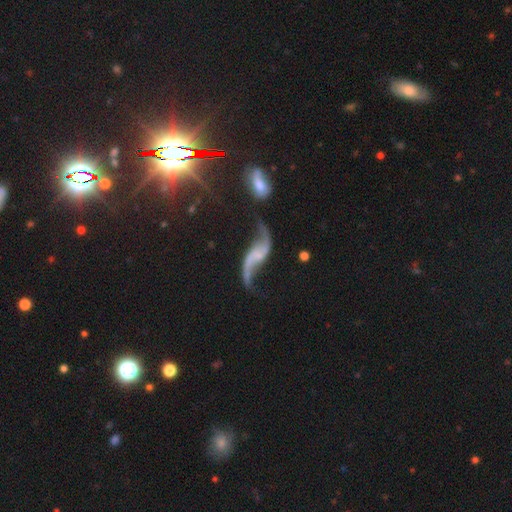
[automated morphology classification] Smooth or featured: featured or disk — 89% (smooth — 6%)
Edge-on disk: no — 95% (yes — 5%)
Bar: no — 53% (weak — 35%)
Spiral arms: yes — 95% (no — 5%)
Spiral winding: loose — 93% (medium — 5%)
Spiral arm count: 2 — 94% (1 — 2%)
Bulge size: none — 47% (small — 37%)
Merging: none — 61% (minor disturbance — 18%)